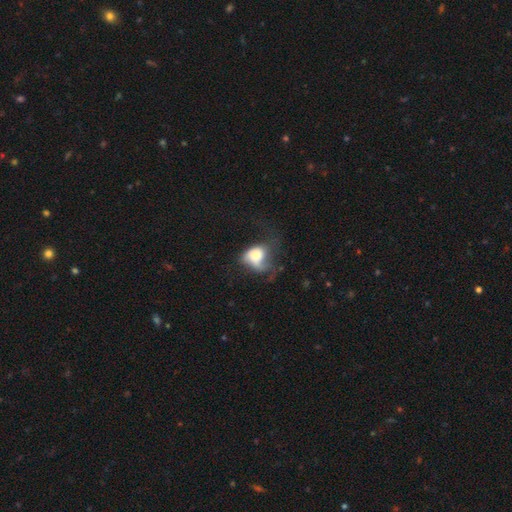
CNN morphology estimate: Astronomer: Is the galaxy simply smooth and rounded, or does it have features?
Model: smooth — 59%.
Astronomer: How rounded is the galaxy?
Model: in between — 68%.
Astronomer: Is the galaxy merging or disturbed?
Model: major disturbance — 48% (runner-up: minor disturbance, 25%).